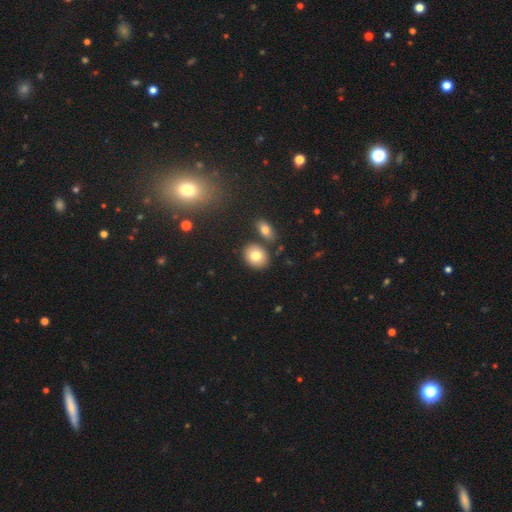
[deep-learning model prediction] Smooth or featured?
  - smooth: 79% *
  - featured or disk: 12%
  - star or artifact: 9%
How rounded?
  - round: 54% *
  - in between: 45%
  - cigar-shaped: 1%
Merging?
  - none: 77% *
  - merger: 11%
  - minor disturbance: 9%
  - major disturbance: 3%